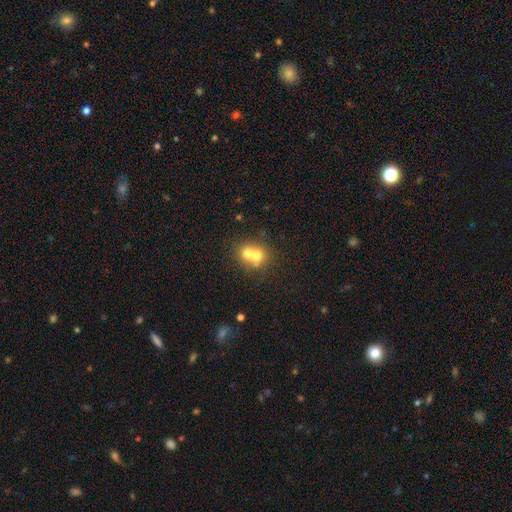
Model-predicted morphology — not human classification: smooth 65%, featured or disk 24%, star or artifact 11%. Down the decision tree: how rounded — round (77%); merging — merger (66%).